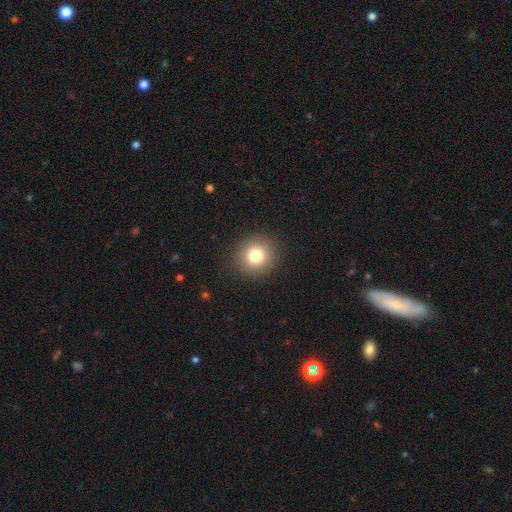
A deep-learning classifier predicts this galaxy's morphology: Smooth or featured?
  - smooth: 80% *
  - star or artifact: 11%
  - featured or disk: 9%
How rounded?
  - round: 92% *
  - in between: 7%
  - cigar-shaped: 1%
Merging?
  - none: 91% *
  - minor disturbance: 6%
  - major disturbance: 2%
  - merger: 1%